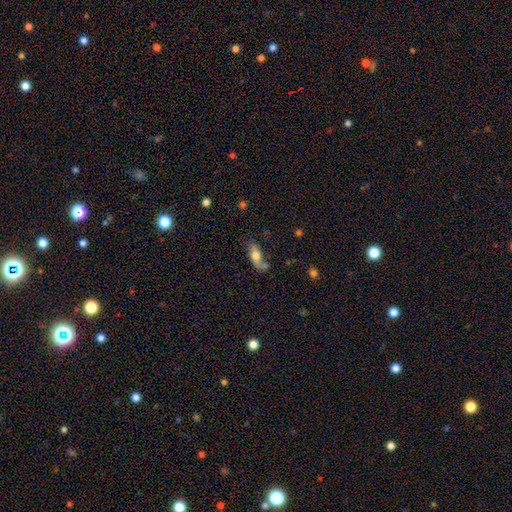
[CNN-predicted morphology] Smooth or featured: smooth — 62% (featured or disk — 30%)
How rounded: in between — 76% (cigar-shaped — 19%)
Merging: none — 52% (minor disturbance — 24%)